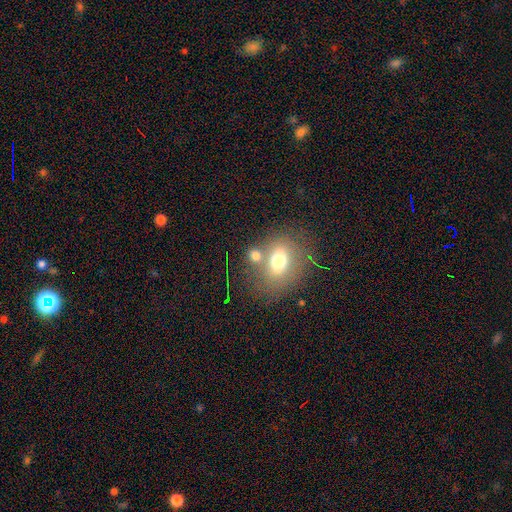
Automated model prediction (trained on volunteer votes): Q: Smooth or featured?
A: smooth (67%); runner-up: featured or disk (19%)
Q: How rounded?
A: round (52%); runner-up: in between (46%)
Q: Merging?
A: none (52%); runner-up: merger (30%)